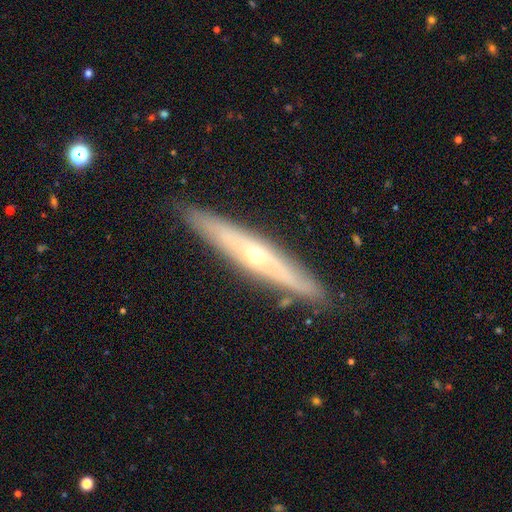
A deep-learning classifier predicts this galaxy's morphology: featured or disk 70%, smooth 24%, star or artifact 7%. Down the decision tree: edge-on disk — yes (79%); edge-on bulge — rounded (75%); merging — none (87%).